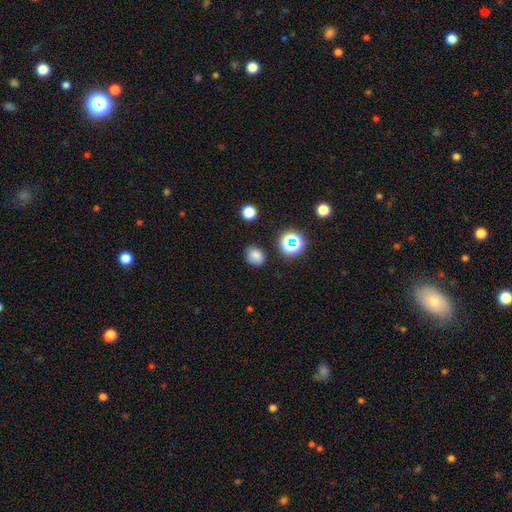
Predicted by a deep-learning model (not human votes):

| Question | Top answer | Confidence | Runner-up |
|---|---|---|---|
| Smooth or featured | smooth | 76% | star or artifact (17%) |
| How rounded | round | 50% | in between (49%) |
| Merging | none | 76% | minor disturbance (17%) |